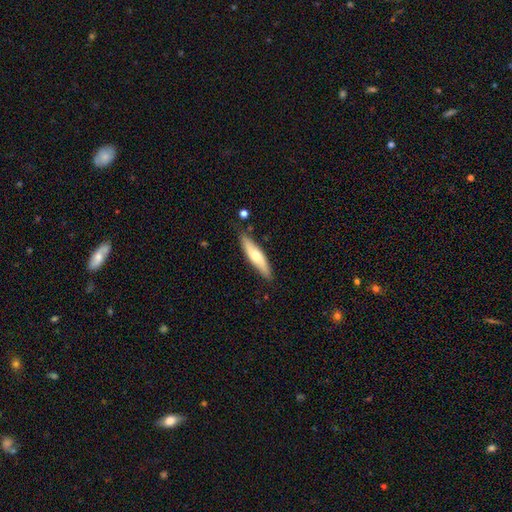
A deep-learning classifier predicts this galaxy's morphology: smooth_or_featured: smooth (p=0.59) [alt: featured or disk p=0.36]
how_rounded: cigar-shaped (p=0.73) [alt: in between p=0.25]
merging: none (p=0.83) [alt: minor disturbance p=0.12]